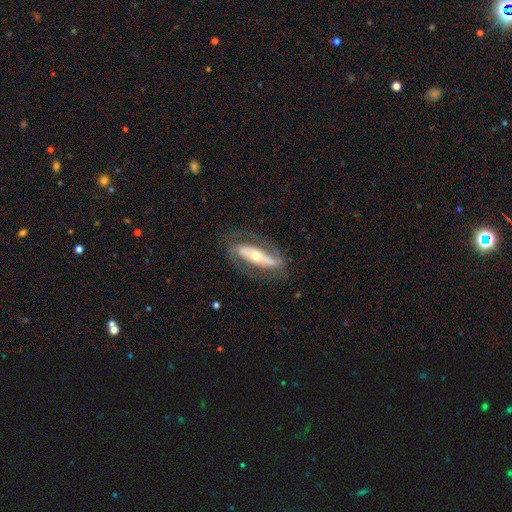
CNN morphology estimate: Smooth or featured: featured or disk — 74% (smooth — 21%)
Edge-on disk: no — 74% (yes — 26%)
Bar: strong — 55% (no — 29%)
Spiral arms: yes — 69% (no — 31%)
Bulge size: moderate — 50% (small — 40%)
Merging: none — 73% (minor disturbance — 15%)